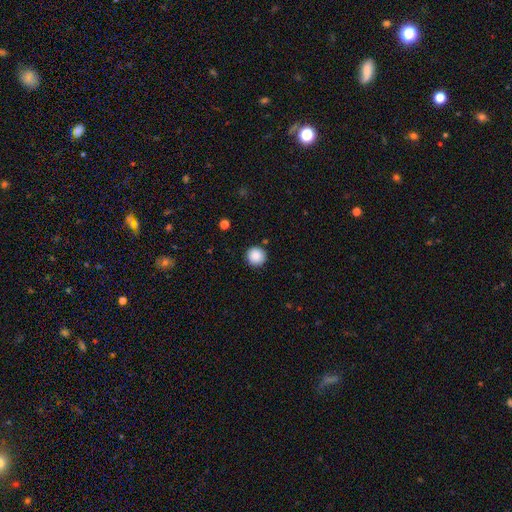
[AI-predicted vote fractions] smooth 88%, star or artifact 9%, featured or disk 4%. Down the decision tree: how rounded — round (96%); merging — none (91%).